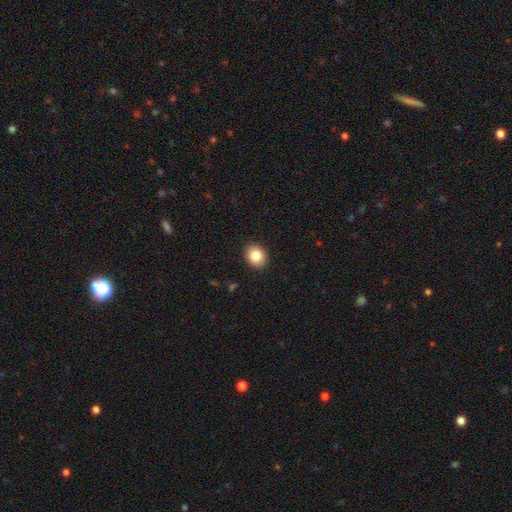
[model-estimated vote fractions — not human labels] Morphology: type=smooth (85%); roundness=round (60%); merging=none (90%).